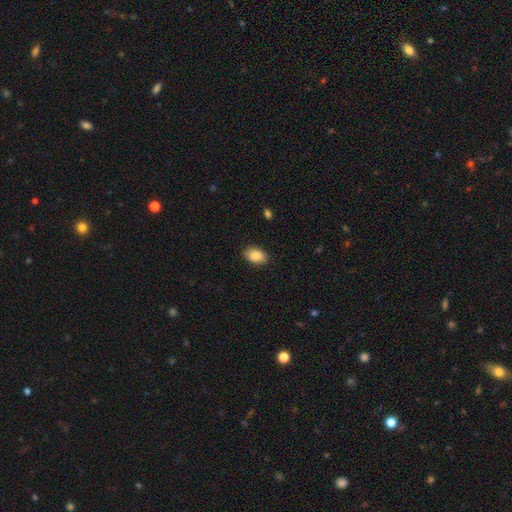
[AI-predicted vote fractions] A smooth galaxy with no disk features (88%) that is in between round and cigar-shaped (88%). Merging: none (87%).